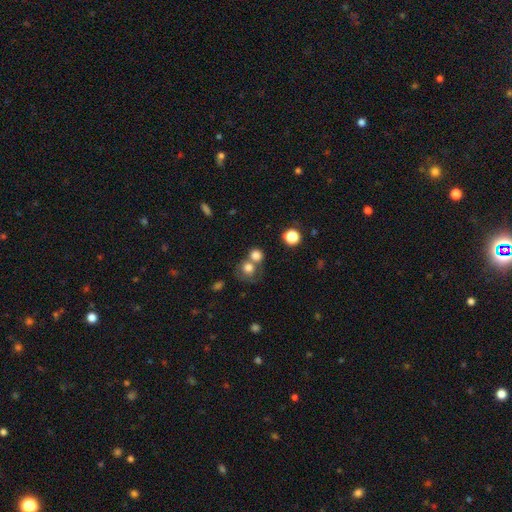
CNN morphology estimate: Smooth or featured: smooth — 78% (star or artifact — 12%)
How rounded: round — 80% (in between — 19%)
Merging: none — 43% (tied with merger — 43%)